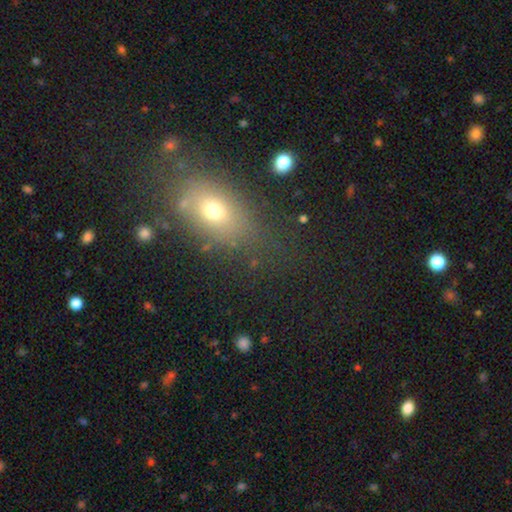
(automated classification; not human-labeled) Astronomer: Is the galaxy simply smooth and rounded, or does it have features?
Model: smooth — 61%.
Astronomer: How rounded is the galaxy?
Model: in between — 71%.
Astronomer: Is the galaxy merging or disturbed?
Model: none — 72%.